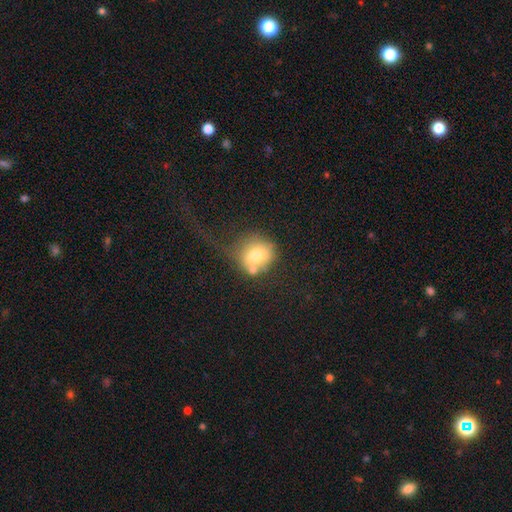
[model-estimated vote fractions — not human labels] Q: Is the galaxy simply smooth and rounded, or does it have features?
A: smooth — 67%.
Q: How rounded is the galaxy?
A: round — 75%.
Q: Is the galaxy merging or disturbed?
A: none — 35%.